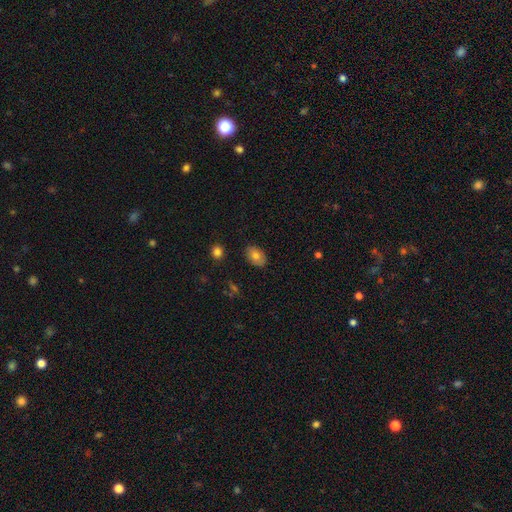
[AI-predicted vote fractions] A smooth galaxy with no disk features (76%) that is in between round and cigar-shaped (85%).

Vote fractions:
- Smooth or featured? smooth: 76% / featured or disk: 16% / star or artifact: 9%
- How rounded? in between: 85% / round: 14% / cigar-shaped: 1%
- Merging? none: 84% / minor disturbance: 12% / major disturbance: 2% / merger: 1%